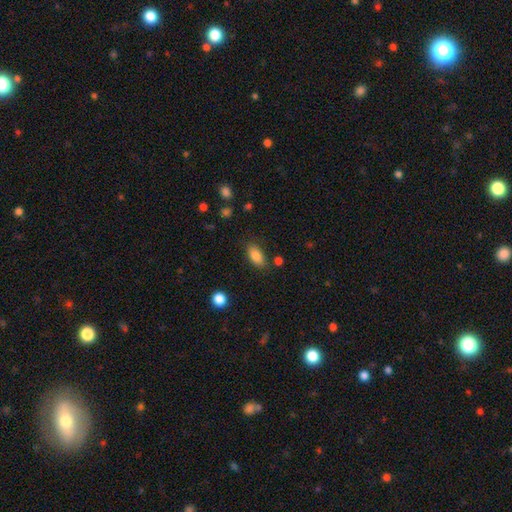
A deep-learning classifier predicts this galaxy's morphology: Overall: smooth (86%). How rounded: in between (89%). Merging: none (81%).